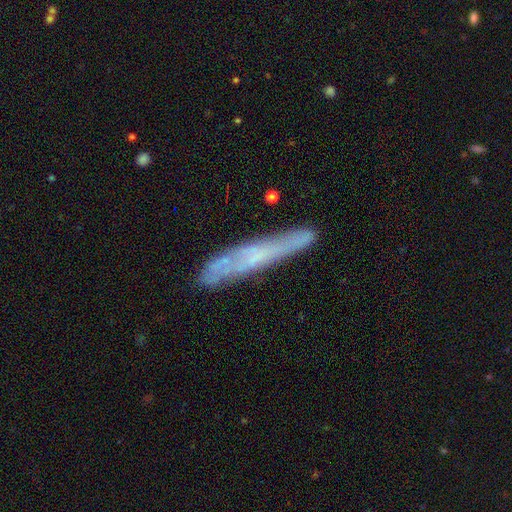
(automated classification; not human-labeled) Smooth or featured?
  - featured or disk: 54% *
  - smooth: 38%
  - star or artifact: 8%
Edge-on disk?
  - yes: 69% *
  - no: 31%
Merging?
  - none: 79% *
  - minor disturbance: 15%
  - major disturbance: 3%
  - merger: 2%